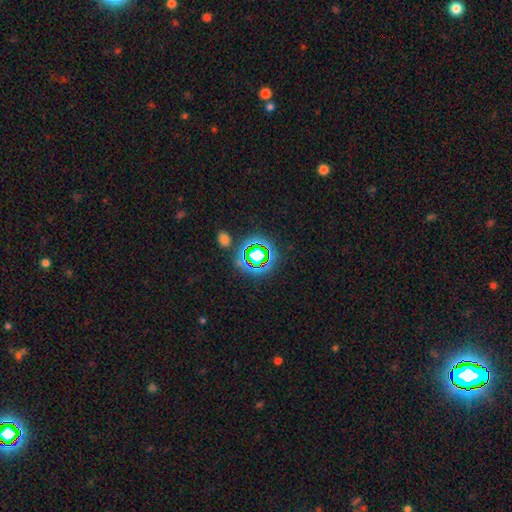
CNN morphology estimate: A star or artifact, not a galaxy (63%).